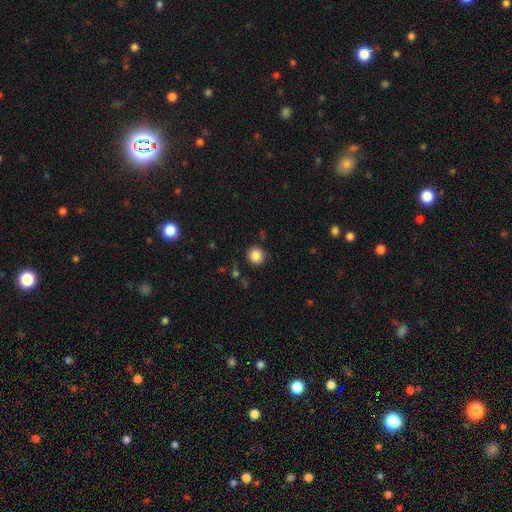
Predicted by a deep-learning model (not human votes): Morphology: type=smooth (86%); roundness=round (94%); merging=none (88%).